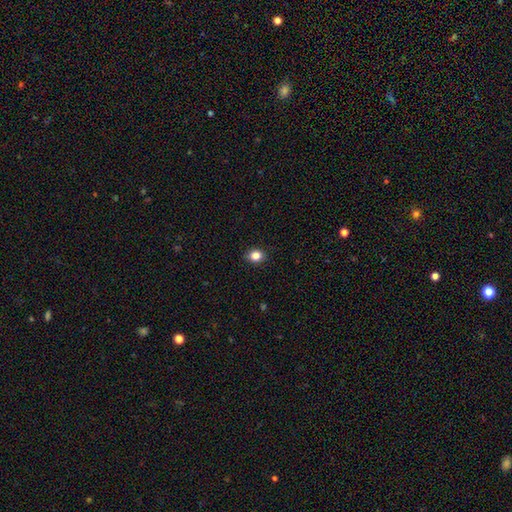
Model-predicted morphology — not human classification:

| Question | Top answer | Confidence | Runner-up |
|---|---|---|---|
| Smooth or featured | smooth | 83% | star or artifact (11%) |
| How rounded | round | 59% | in between (40%) |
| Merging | none | 90% | minor disturbance (7%) |